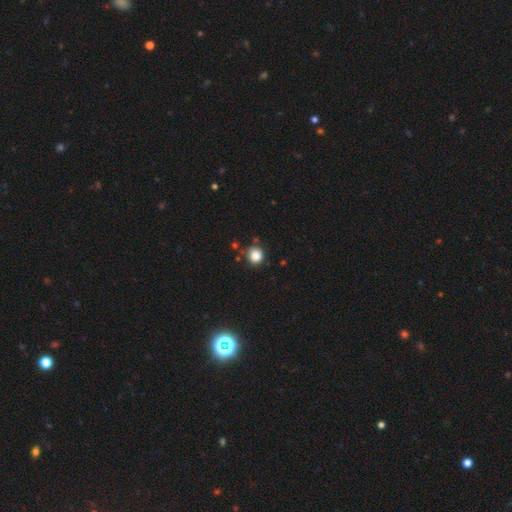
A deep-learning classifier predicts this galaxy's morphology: Smooth or featured? smooth (85%)
How rounded? round (90%)
Merging? none (82%)